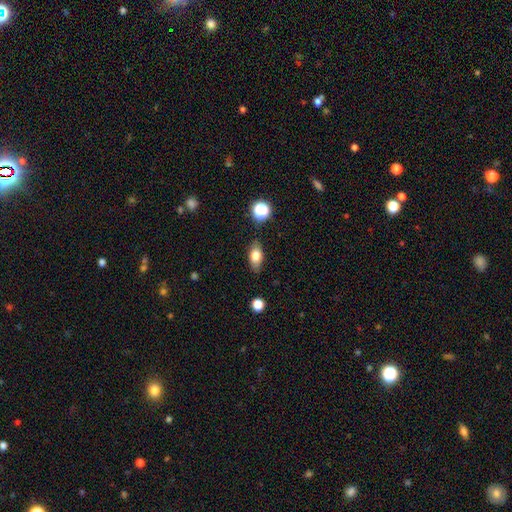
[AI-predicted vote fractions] Smooth or featured?
  - smooth: 73% *
  - featured or disk: 18%
  - star or artifact: 9%
How rounded?
  - in between: 81% *
  - round: 10%
  - cigar-shaped: 9%
Merging?
  - none: 82% *
  - minor disturbance: 13%
  - major disturbance: 3%
  - merger: 2%